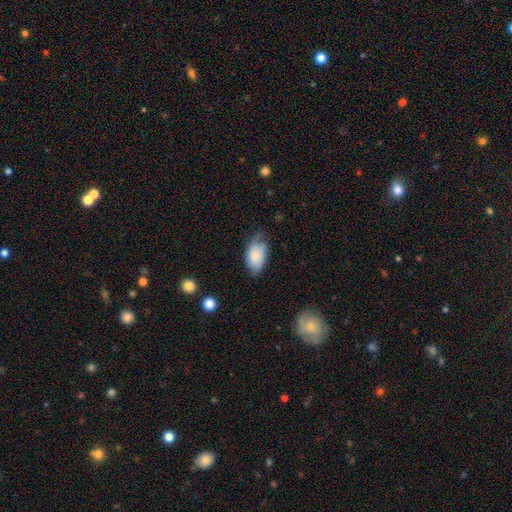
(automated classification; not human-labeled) smooth-or-featured: smooth: 77% | featured or disk: 16% | star or artifact: 7%
  how-rounded: in between: 93% | round: 5% | cigar-shaped: 2%
  merging: none: 55% | minor disturbance: 33% | major disturbance: 9% | merger: 2%